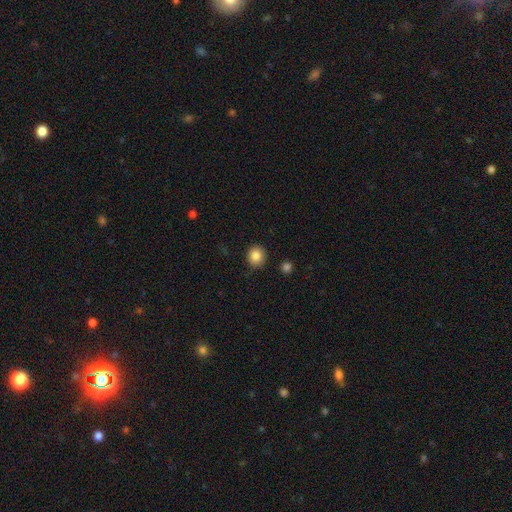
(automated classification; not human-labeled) The model was most divided on "how rounded": round: 87%, in between: 13%, cigar-shaped: 1%. More confident: merging — none (86%); smooth or featured — smooth (85%).